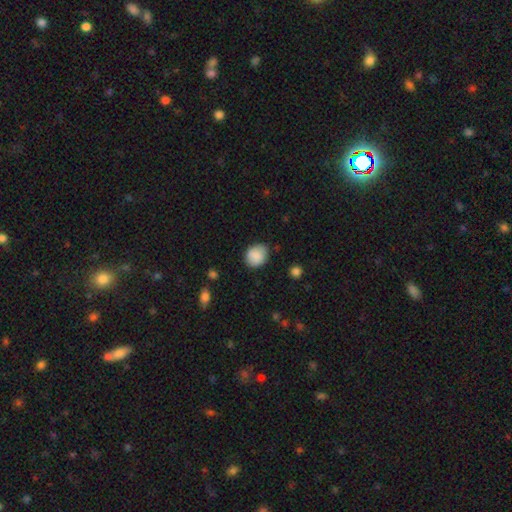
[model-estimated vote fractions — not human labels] Q: Smooth or featured?
A: smooth (87%); runner-up: star or artifact (8%)
Q: How rounded?
A: round (63%); runner-up: in between (36%)
Q: Merging?
A: none (77%); runner-up: minor disturbance (17%)